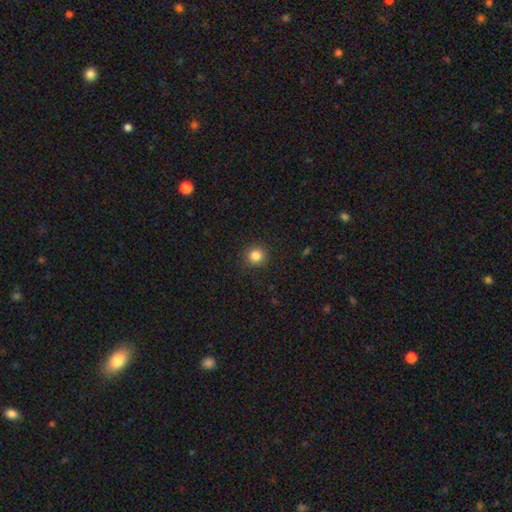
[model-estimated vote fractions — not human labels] Smooth or featured? Predicted: smooth (p=0.84). How rounded? Predicted: round (p=0.94). Merging? Predicted: none (p=0.90).